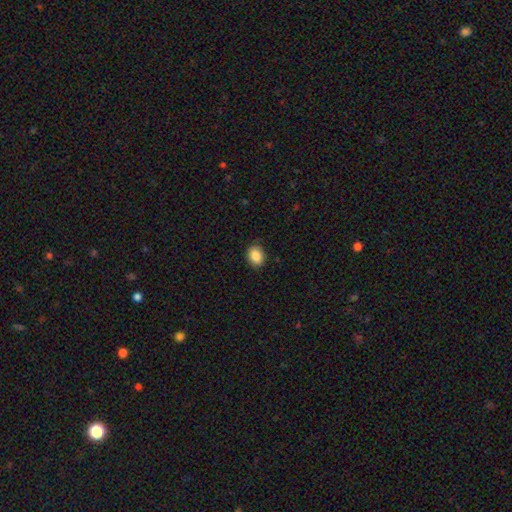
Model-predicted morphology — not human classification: Smooth or featured? Predicted: smooth (p=0.87). How rounded? Predicted: in between (p=0.65). Merging? Predicted: none (p=0.87).